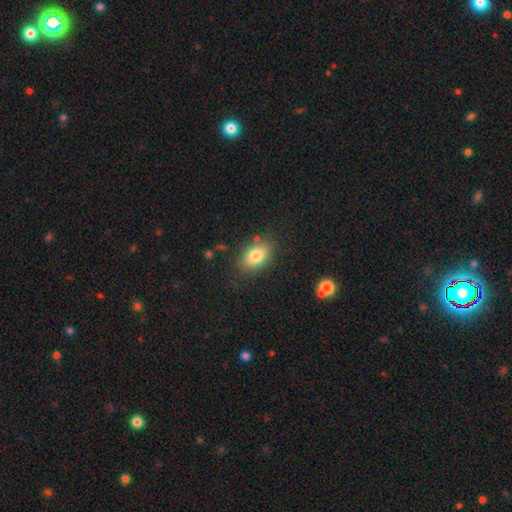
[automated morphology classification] Smooth or featured? Predicted: smooth (p=0.80). How rounded? Predicted: in between (p=0.87). Merging? Predicted: none (p=0.82).